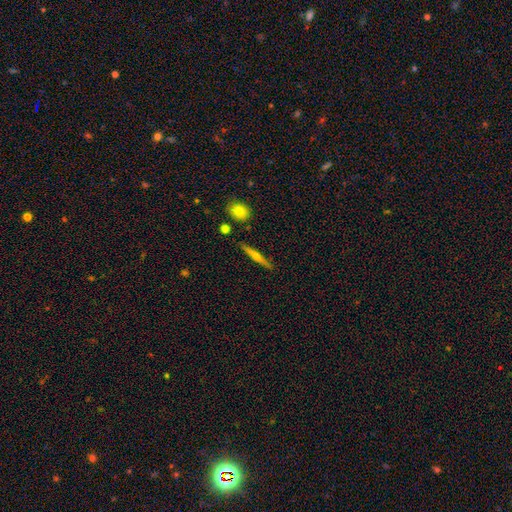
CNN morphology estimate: Smooth or featured? featured or disk (59%)
Edge-on disk? yes (97%)
Edge-on bulge? rounded (85%)
Merging? none (89%)